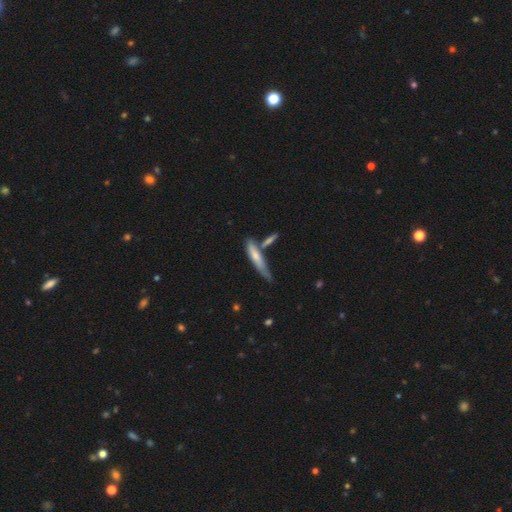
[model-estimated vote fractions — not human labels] smooth-or-featured: smooth: 61% | featured or disk: 33% | star or artifact: 6%
  how-rounded: cigar-shaped: 82% | in between: 16% | round: 2%
  merging: none: 49% | minor disturbance: 24% | merger: 20% | major disturbance: 7%